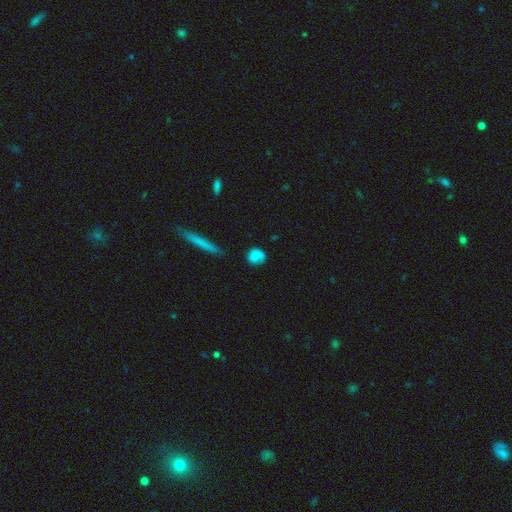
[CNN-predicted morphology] type=smooth (71%); roundness=round (76%); merging=none (65%).